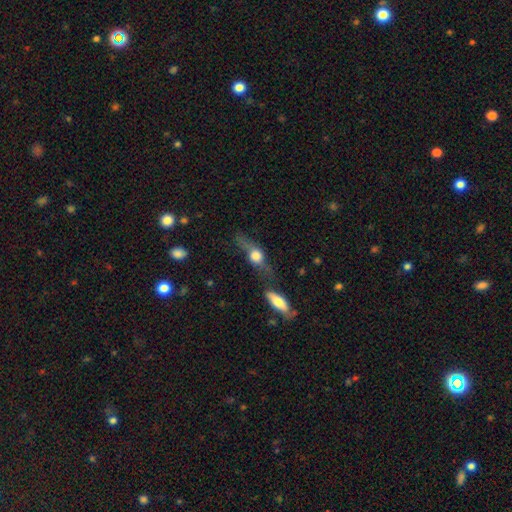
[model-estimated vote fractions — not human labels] Smooth or featured? featured or disk (46%)
Merging? none (46%)